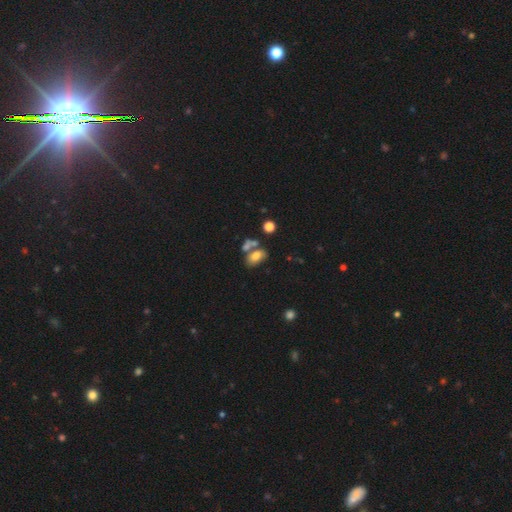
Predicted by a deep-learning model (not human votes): smooth 73%, featured or disk 16%, star or artifact 11%. Down the decision tree: how rounded — in between (88%); merging — none (43%).